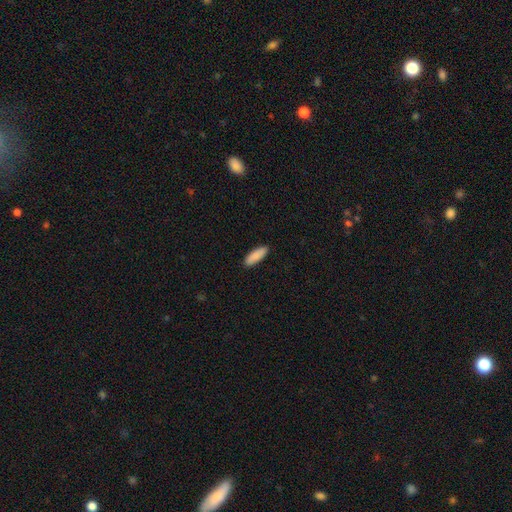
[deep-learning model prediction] smooth-or-featured: smooth: 90% | star or artifact: 6% | featured or disk: 5%
  how-rounded: in between: 52% | cigar-shaped: 46% | round: 2%
  merging: none: 90% | minor disturbance: 8% | major disturbance: 2% | merger: 1%